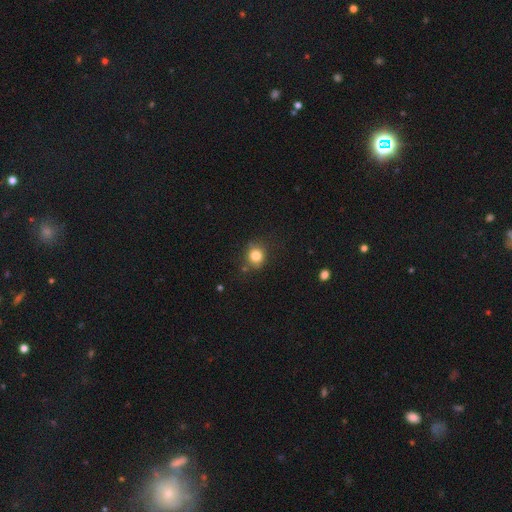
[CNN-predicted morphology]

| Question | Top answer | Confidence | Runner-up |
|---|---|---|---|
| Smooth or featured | smooth | 81% | star or artifact (12%) |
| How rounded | round | 78% | in between (21%) |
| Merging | none | 77% | minor disturbance (15%) |